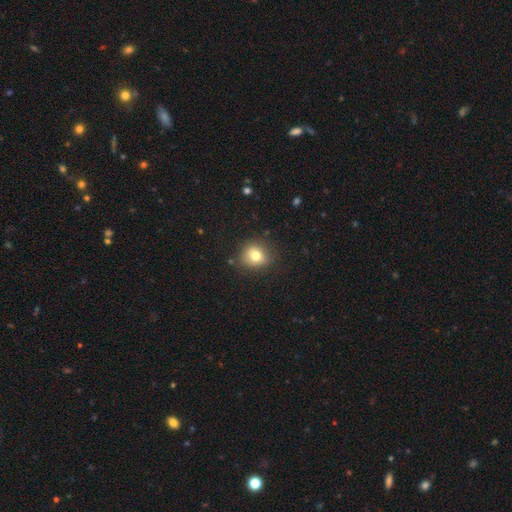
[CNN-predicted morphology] type=smooth (79%); roundness=round (79%); merging=none (81%).